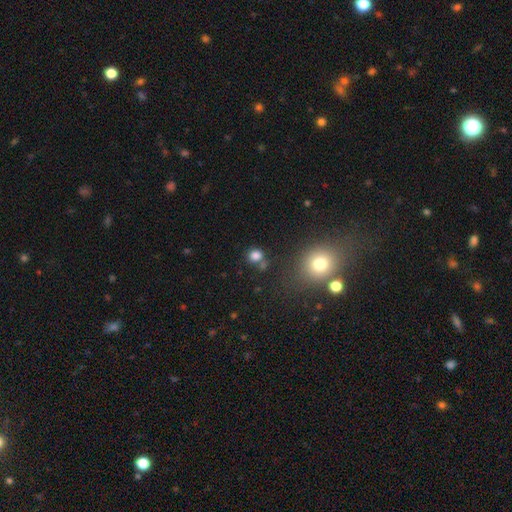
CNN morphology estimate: Smooth or featured: smooth — 80% (star or artifact — 15%)
How rounded: round — 80% (in between — 19%)
Merging: none — 69% (merger — 15%)